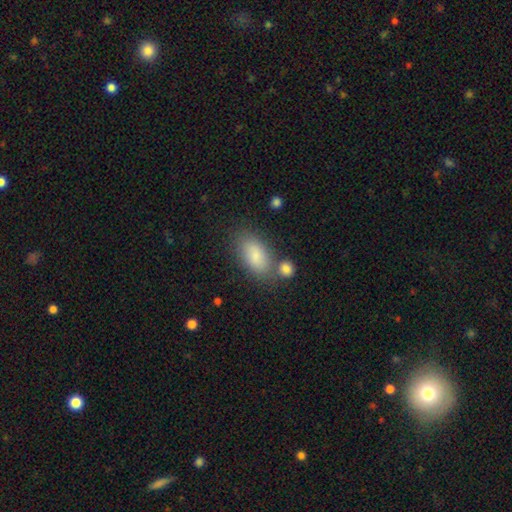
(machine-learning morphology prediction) This appears to be a smooth galaxy with no disk features (84%) that is in between round and cigar-shaped (91%). Merging: none (63%).